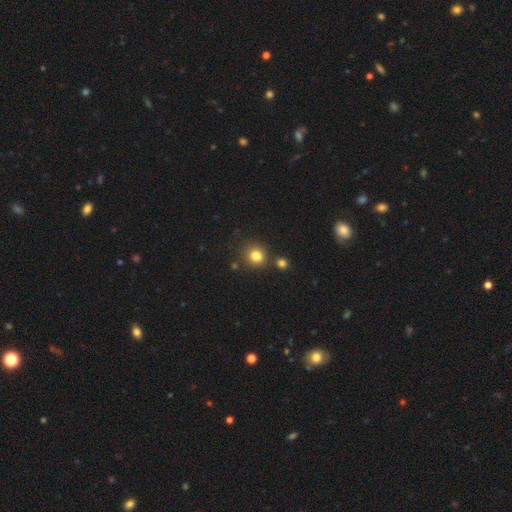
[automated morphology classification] Overall: smooth (81%). How rounded: round (85%). Merging: none (77%).